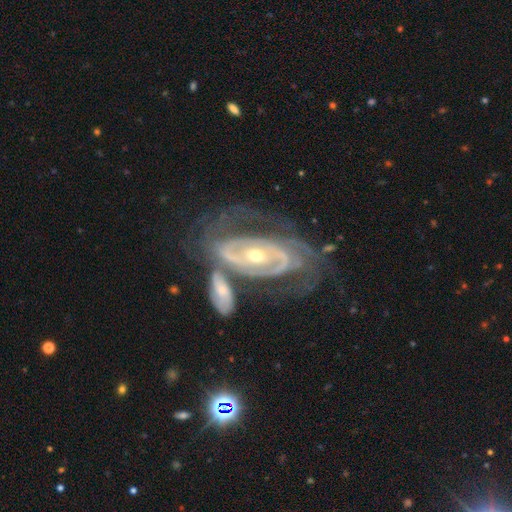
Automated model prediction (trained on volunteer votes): featured or disk 87%, smooth 8%, star or artifact 5%. Down the decision tree: edge-on disk — no (94%); bar — no (52%); spiral arms — yes (87%); spiral arm count — 2 (53%); spiral winding — tight (61%); bulge size — moderate (50%); merging — none (43%).